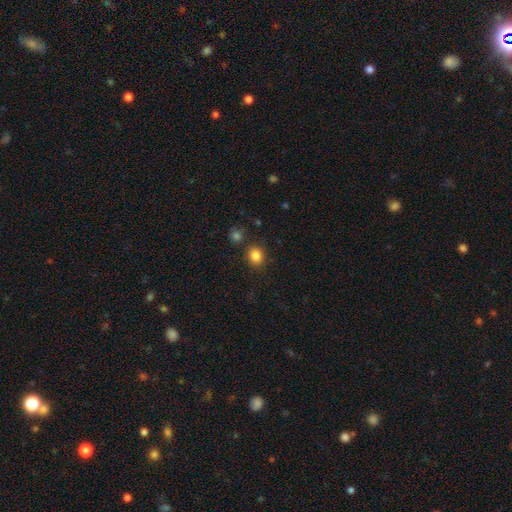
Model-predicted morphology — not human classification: A smooth galaxy with no disk features (84%) that is round (73%).

Vote fractions:
- Smooth or featured? smooth: 84% / star or artifact: 12% / featured or disk: 5%
- How rounded? round: 73% / in between: 26% / cigar-shaped: 1%
- Merging? none: 85% / minor disturbance: 8% / merger: 5% / major disturbance: 3%